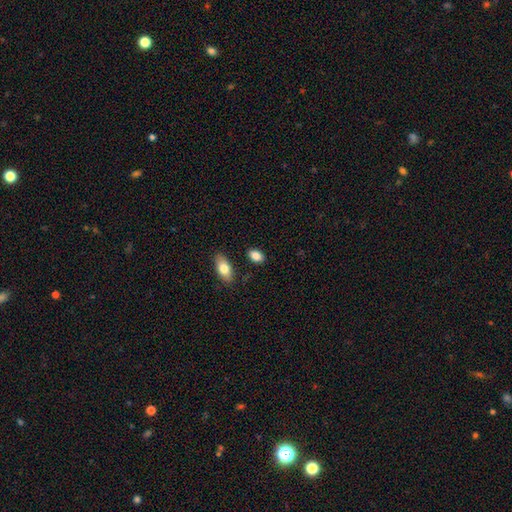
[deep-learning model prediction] Morphology: type=smooth (85%); roundness=in between (89%); merging=none (83%).